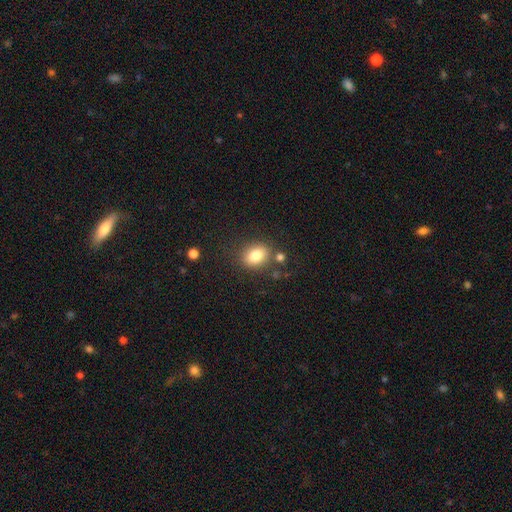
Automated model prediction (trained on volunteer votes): This appears to be a smooth galaxy with no disk features (82%) that is in between round and cigar-shaped (64%). Merging: none (78%).